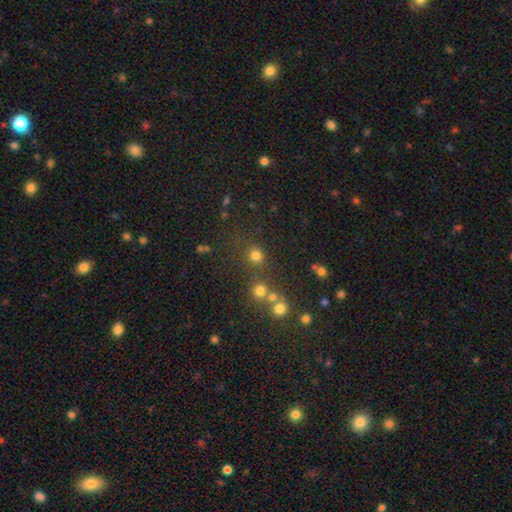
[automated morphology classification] A smooth galaxy with no disk features (77%) that is round (89%). Merging: none (74%).